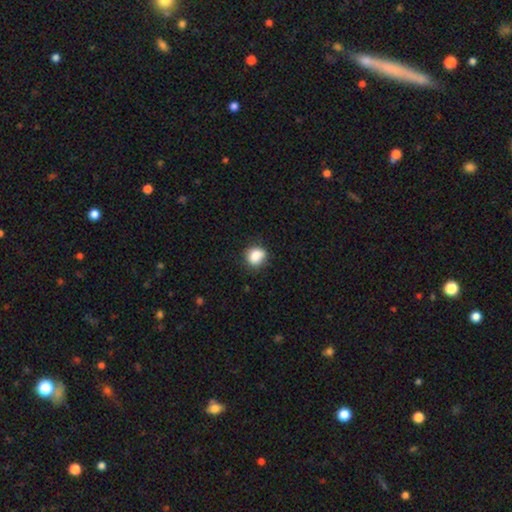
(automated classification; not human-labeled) smooth 85%, star or artifact 9%, featured or disk 5%. Down the decision tree: how rounded — round (58%); merging — none (70%).